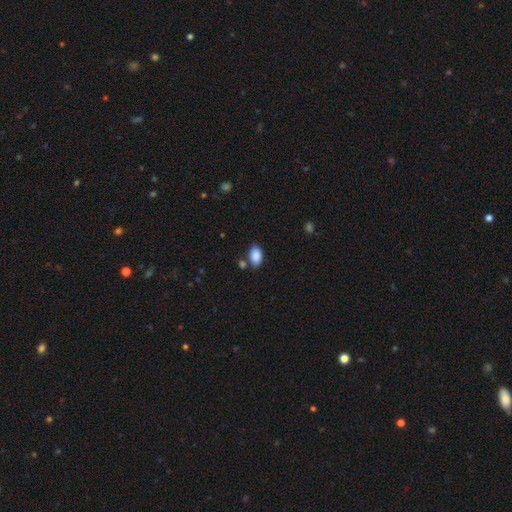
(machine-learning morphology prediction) smooth 88%, star or artifact 8%, featured or disk 4%. Down the decision tree: how rounded — in between (92%); merging — none (74%).